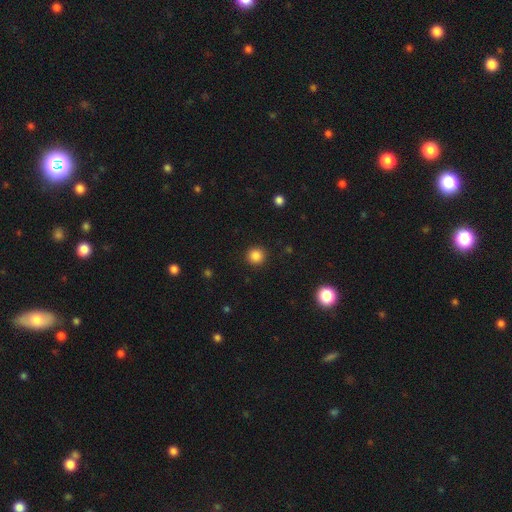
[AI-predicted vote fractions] Smooth or featured? Predicted: smooth (p=0.86). How rounded? Predicted: round (p=0.94). Merging? Predicted: none (p=0.92).